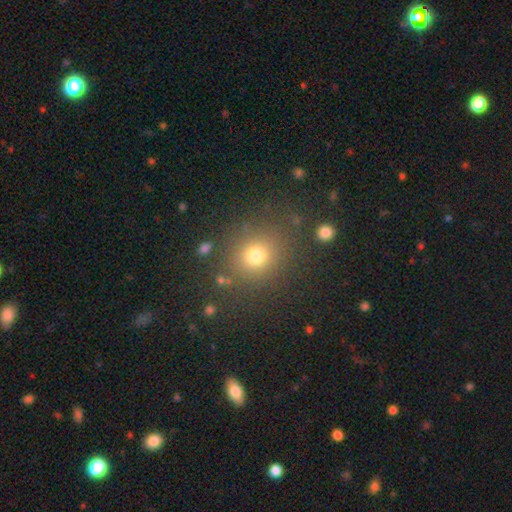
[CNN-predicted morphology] This appears to be a smooth galaxy with no disk features (75%) that is round (82%). Merging: none (82%).